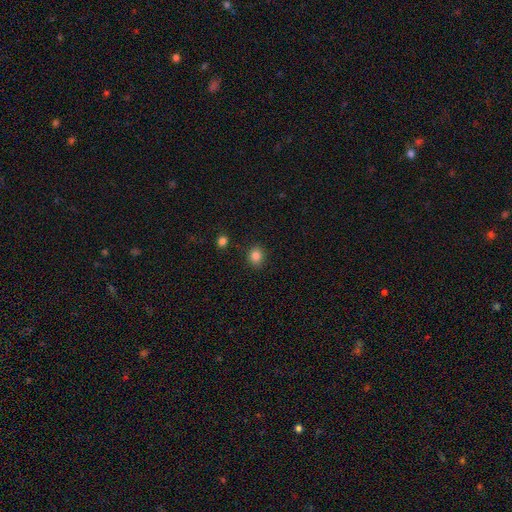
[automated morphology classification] Q: Smooth or featured?
A: smooth (84%); runner-up: star or artifact (11%)
Q: How rounded?
A: round (68%); runner-up: in between (31%)
Q: Merging?
A: none (87%); runner-up: minor disturbance (9%)